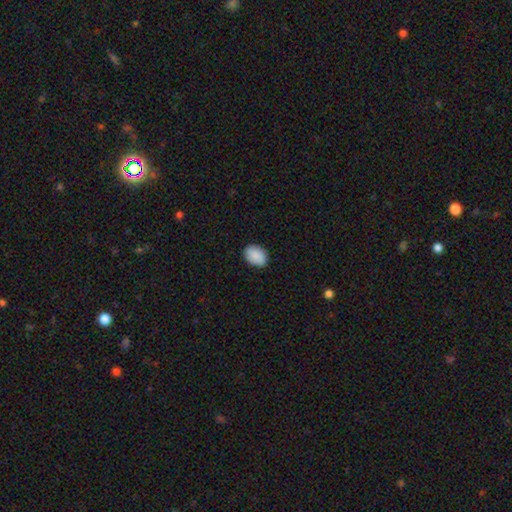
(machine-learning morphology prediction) This appears to be a smooth galaxy with no disk features (90%) that is in between round and cigar-shaped (76%). Merging: none (87%).